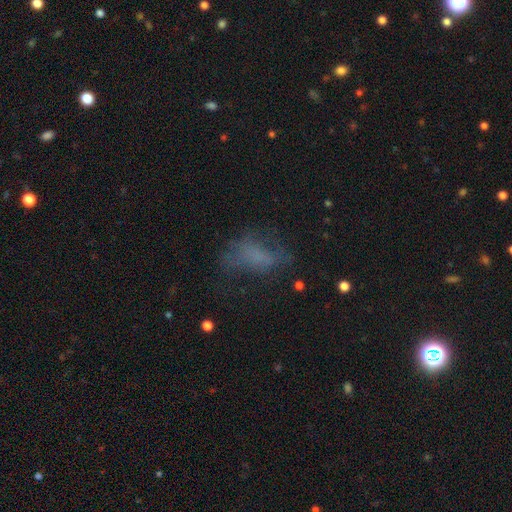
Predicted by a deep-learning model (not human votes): smooth 49%, featured or disk 29%, star or artifact 22%. Down the decision tree: merging — none (44%).